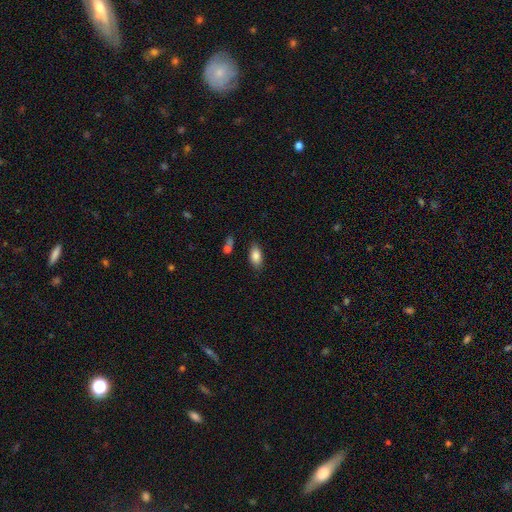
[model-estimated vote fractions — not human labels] A smooth galaxy with no disk features (84%) that is in between round and cigar-shaped (91%). Merging: none (80%).